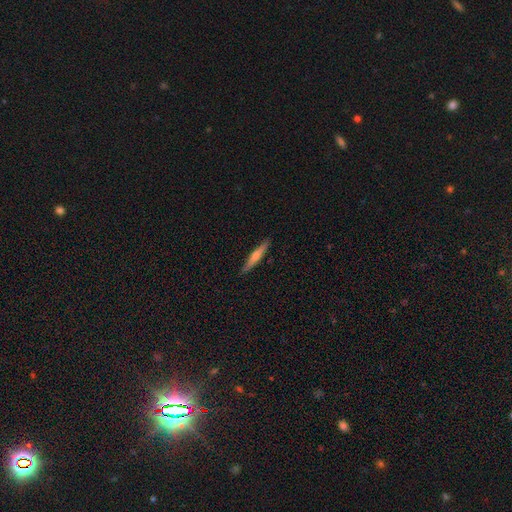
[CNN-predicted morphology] Q: Smooth or featured?
A: featured or disk (49%); runner-up: smooth (45%)
Q: Merging?
A: none (91%); runner-up: minor disturbance (7%)